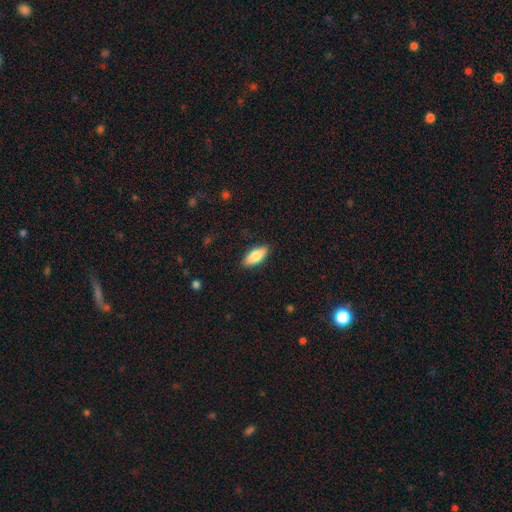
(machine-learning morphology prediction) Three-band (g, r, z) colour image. It shows a smooth galaxy with no disk features (78%) that is in between round and cigar-shaped (79%). Merging: none (88%).